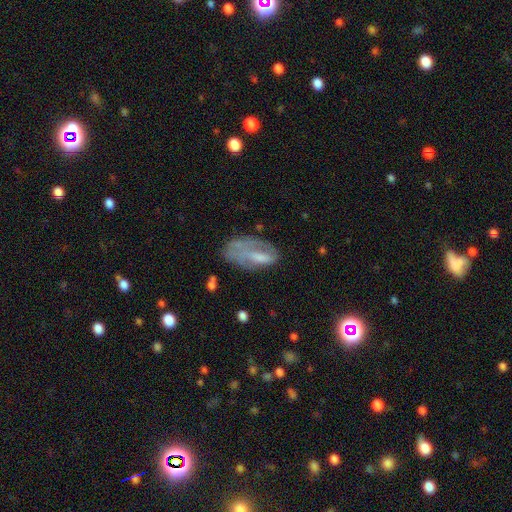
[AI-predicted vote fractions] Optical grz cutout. It shows a smooth galaxy with no disk features (48%). Merging: none (37%).